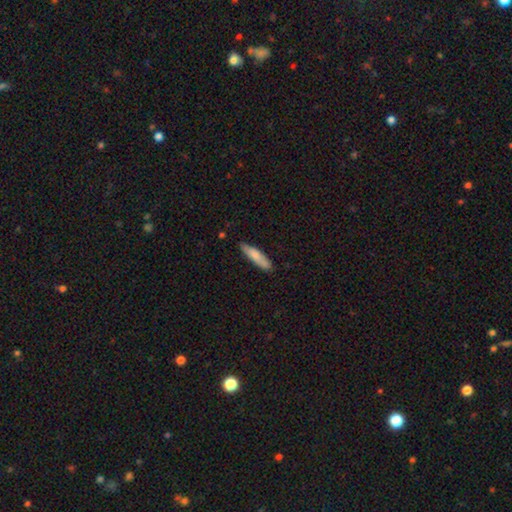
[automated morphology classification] This is likely a smooth galaxy (78%). How rounded: likely cigar-shaped (72%). Merging: likely none (80%).